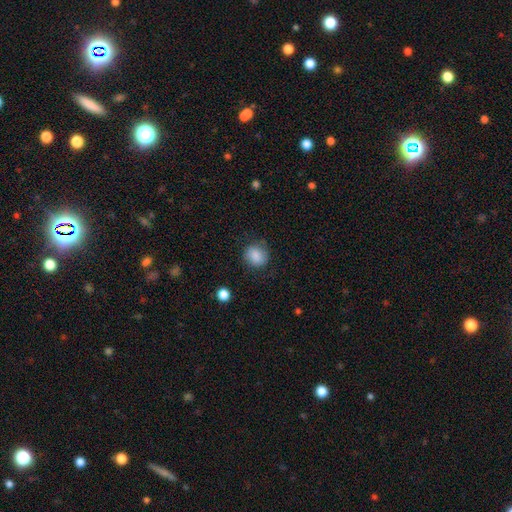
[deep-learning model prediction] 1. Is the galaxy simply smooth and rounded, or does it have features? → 85% smooth, 9% star or artifact, 6% featured or disk.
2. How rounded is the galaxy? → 79% round, 20% in between, 1% cigar-shaped.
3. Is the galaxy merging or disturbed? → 80% none, 14% minor disturbance, 5% major disturbance, 1% merger.